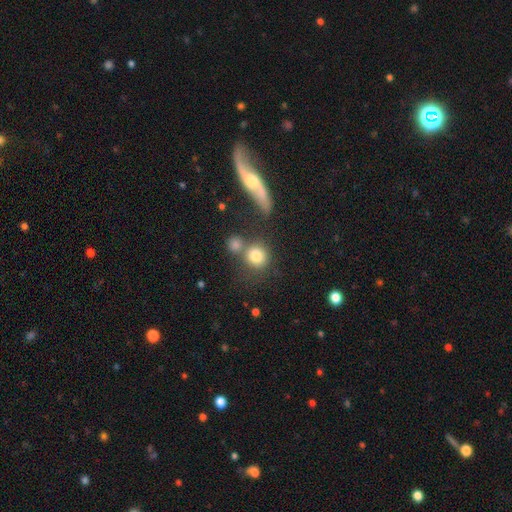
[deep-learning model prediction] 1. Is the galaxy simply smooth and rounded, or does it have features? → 79% smooth, 11% featured or disk, 10% star or artifact.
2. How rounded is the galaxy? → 84% round, 14% in between, 2% cigar-shaped.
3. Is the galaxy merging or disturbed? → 51% none, 30% merger, 11% minor disturbance, 8% major disturbance.